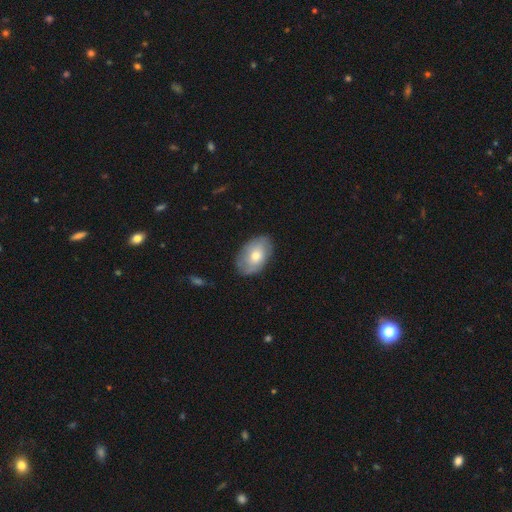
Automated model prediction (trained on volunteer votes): A smooth galaxy with no disk features (63%) that is in between round and cigar-shaped (89%).

Vote fractions:
- Smooth or featured? smooth: 63% / featured or disk: 30% / star or artifact: 6%
- How rounded? in between: 89% / round: 10% / cigar-shaped: 1%
- Merging? none: 80% / minor disturbance: 16% / major disturbance: 3% / merger: 1%